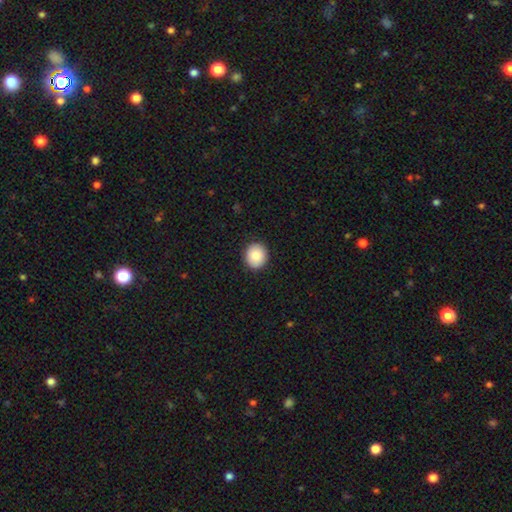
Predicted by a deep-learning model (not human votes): Morphology: type=smooth (86%); roundness=round (83%); merging=none (91%).